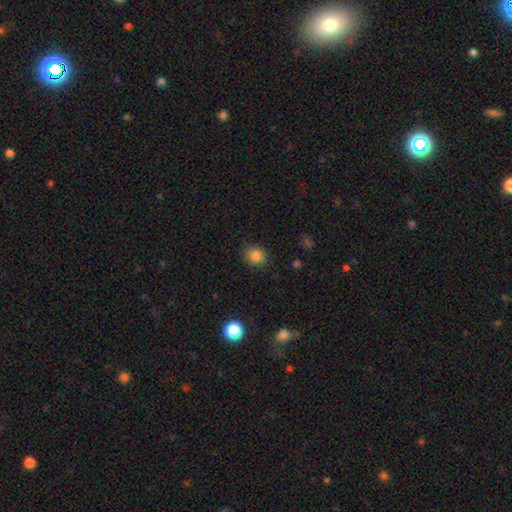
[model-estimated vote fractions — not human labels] Smooth or featured?
  - smooth: 84% *
  - star or artifact: 11%
  - featured or disk: 5%
How rounded?
  - round: 76% *
  - in between: 23%
  - cigar-shaped: 1%
Merging?
  - none: 87% *
  - minor disturbance: 9%
  - major disturbance: 2%
  - merger: 1%